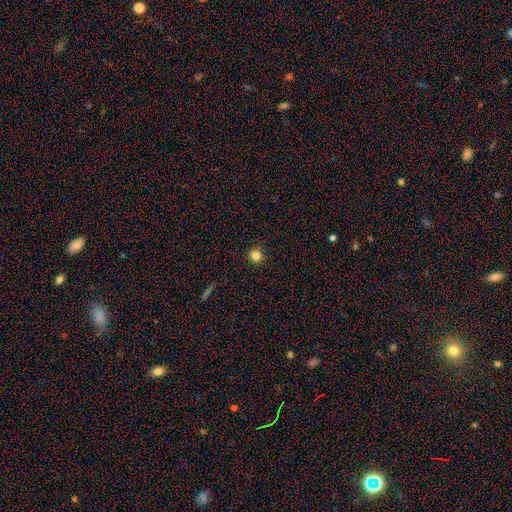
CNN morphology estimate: A smooth galaxy with no disk features (83%) that is round (95%). Merging: none (92%).